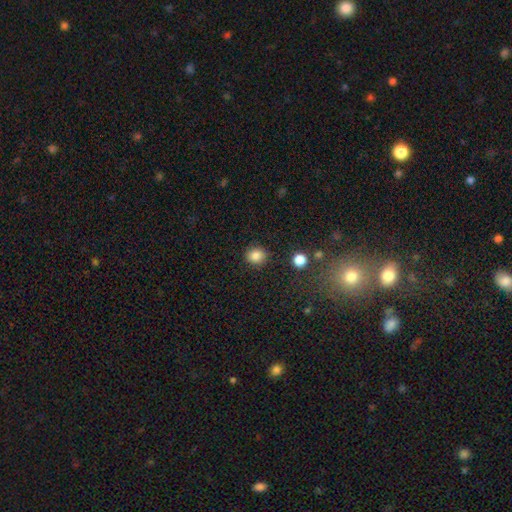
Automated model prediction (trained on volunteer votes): smooth 84%, star or artifact 11%, featured or disk 5%. Down the decision tree: how rounded — round (84%); merging — none (87%).